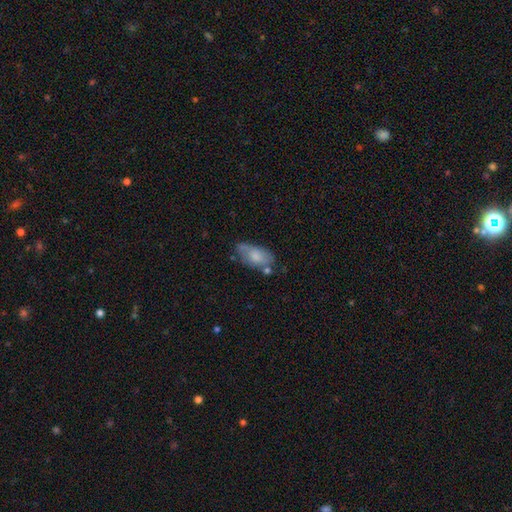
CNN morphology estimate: Overall: smooth (69%). How rounded: in between (92%). Merging: none (51%; minor disturbance 29%).